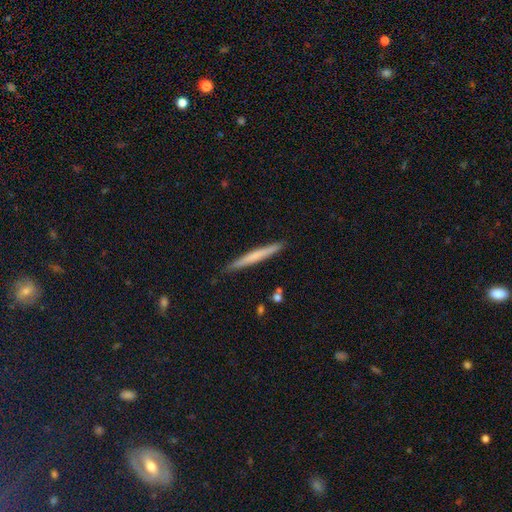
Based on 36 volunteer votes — Volunteers were most divided on "smooth or featured": featured or disk: 53%, smooth: 44%, star or artifact: 3%. More confident: edge-on disk — yes (95%); merging — none (80%); edge-on bulge — none (72%).